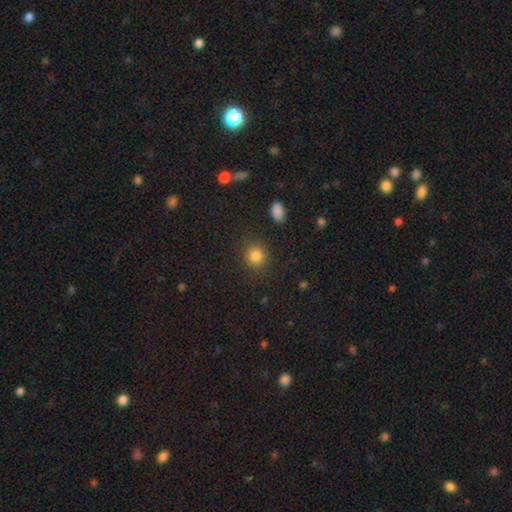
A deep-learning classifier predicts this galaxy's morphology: Smooth or featured?
  - smooth: 84% *
  - star or artifact: 12%
  - featured or disk: 4%
How rounded?
  - round: 86% *
  - in between: 13%
  - cigar-shaped: 1%
Merging?
  - none: 88% *
  - minor disturbance: 7%
  - major disturbance: 3%
  - merger: 2%